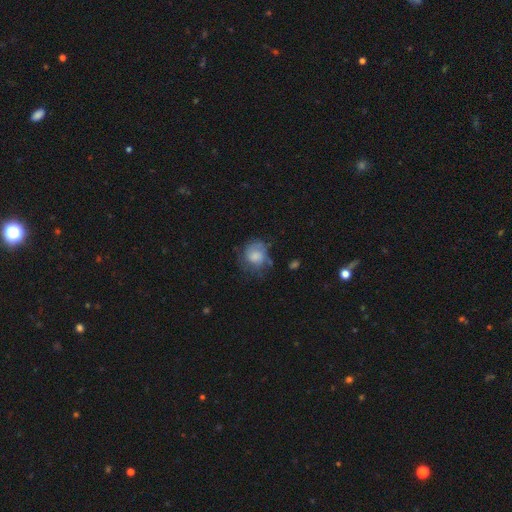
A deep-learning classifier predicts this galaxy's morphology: smooth-or-featured: smooth: 59% | featured or disk: 33% | star or artifact: 9%
  how-rounded: round: 73% | in between: 26% | cigar-shaped: 1%
  merging: none: 50% | minor disturbance: 28% | major disturbance: 19% | merger: 3%